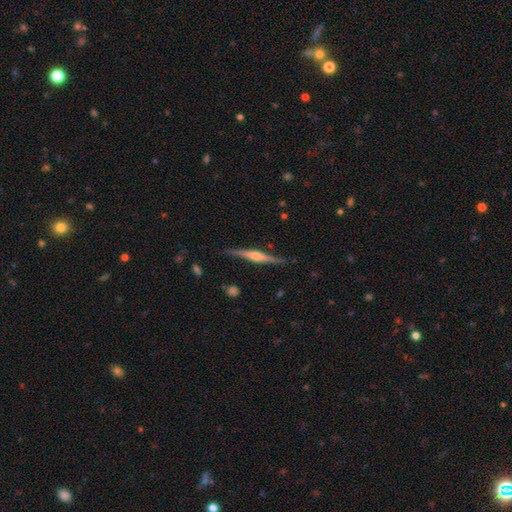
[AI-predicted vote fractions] Morphology: type=featured or disk (81%); edge-on=yes (98%); edge-on bulge=rounded (77%); merging=none (87%).